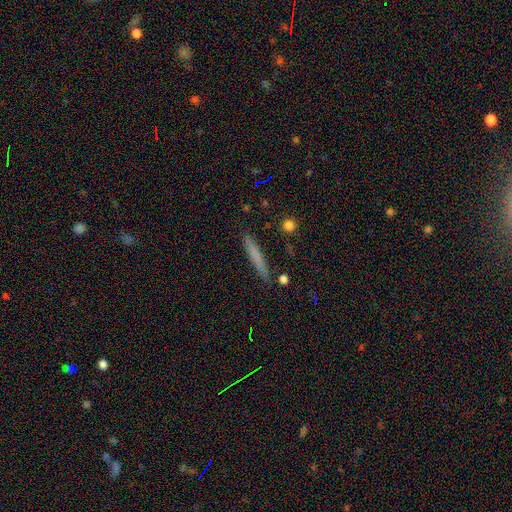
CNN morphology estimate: Smooth or featured? smooth (70%)
How rounded? cigar-shaped (96%)
Merging? none (88%)